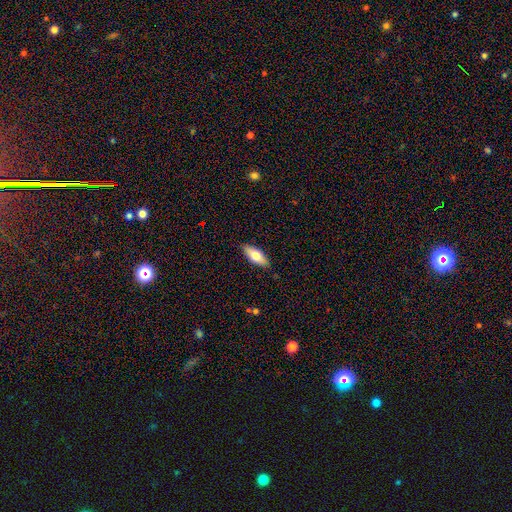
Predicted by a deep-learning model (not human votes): smooth_or_featured: smooth (p=0.71) [alt: featured or disk p=0.23]
how_rounded: in between (p=0.80) [alt: cigar-shaped p=0.18]
merging: none (p=0.88) [alt: minor disturbance p=0.10]